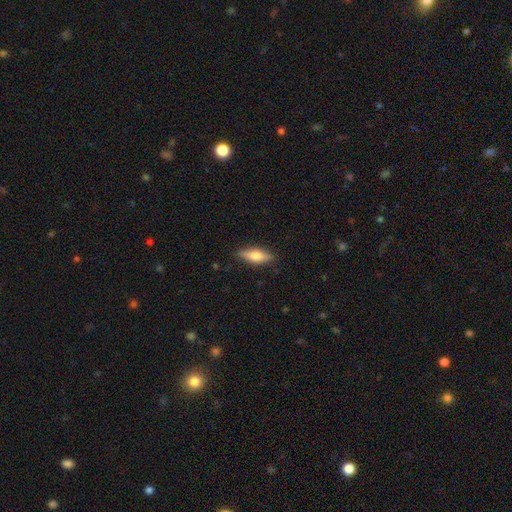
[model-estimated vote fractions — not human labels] Morphology: type=smooth (59%); roundness=in between (51%); merging=none (86%).